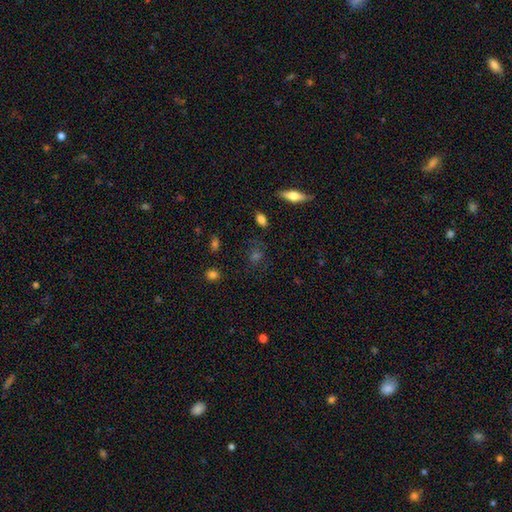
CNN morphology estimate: Overall: smooth (45%; star or artifact 35%). Merging: none (79%).